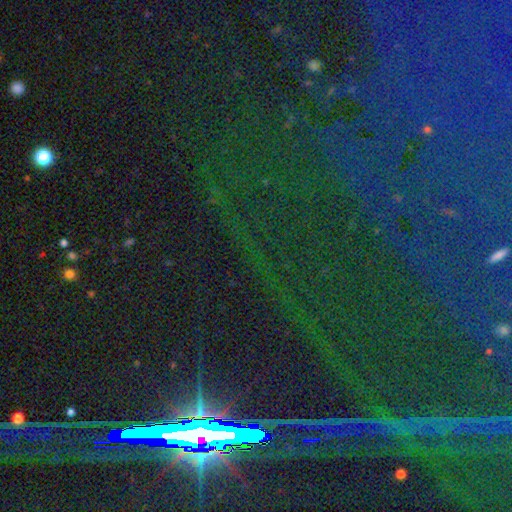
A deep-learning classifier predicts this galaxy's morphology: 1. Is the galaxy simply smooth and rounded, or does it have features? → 87% star or artifact, 7% featured or disk, 6% smooth.